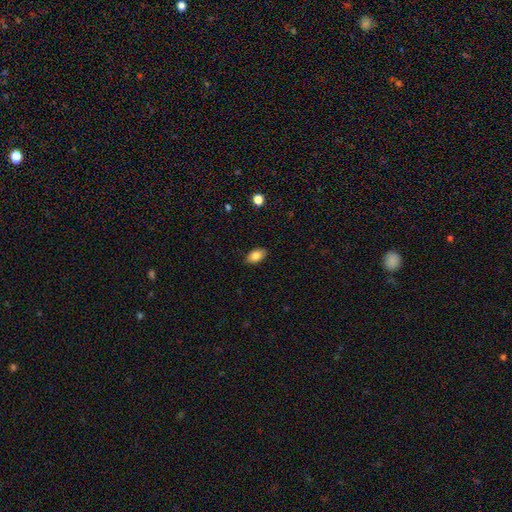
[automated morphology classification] type=smooth (85%); roundness=in between (92%); merging=none (88%).